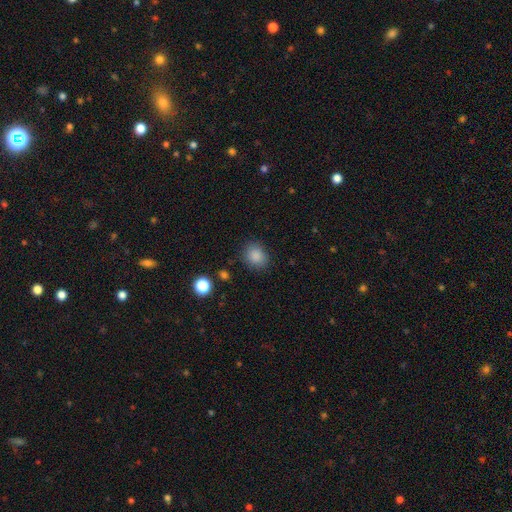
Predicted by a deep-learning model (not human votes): Smooth or featured? smooth (86%)
How rounded? round (62%)
Merging? none (83%)